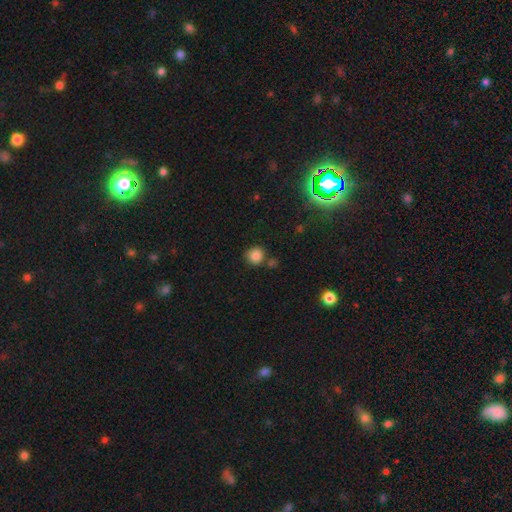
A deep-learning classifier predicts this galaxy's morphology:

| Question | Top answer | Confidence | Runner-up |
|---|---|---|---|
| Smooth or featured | smooth | 84% | star or artifact (11%) |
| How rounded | round | 90% | in between (9%) |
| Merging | none | 75% | merger (11%) |